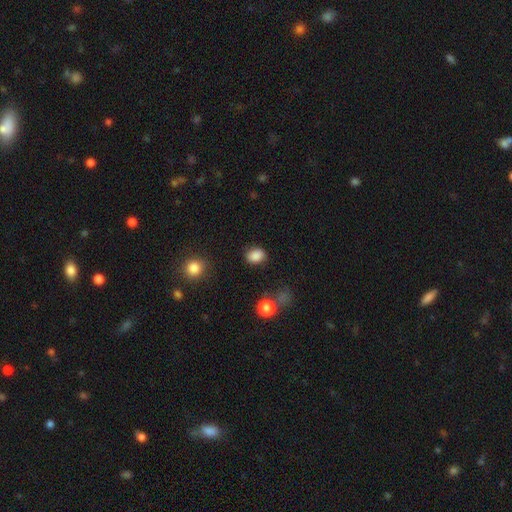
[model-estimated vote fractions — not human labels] smooth 86%, star or artifact 9%, featured or disk 4%. Down the decision tree: how rounded — in between (60%); merging — none (81%).